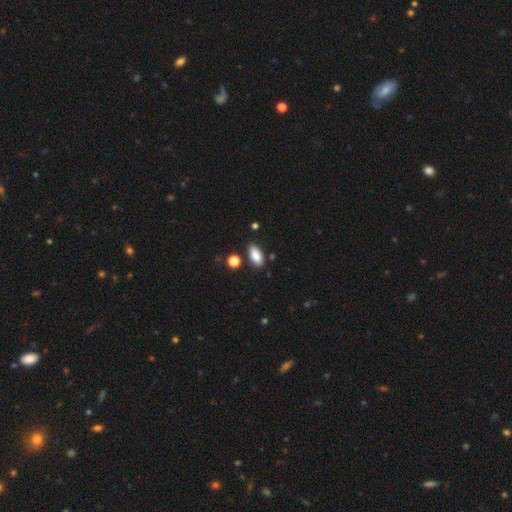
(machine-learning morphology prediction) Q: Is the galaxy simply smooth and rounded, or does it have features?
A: smooth — 85%.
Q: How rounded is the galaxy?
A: in between — 89%.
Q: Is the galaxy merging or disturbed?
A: none — 81%.